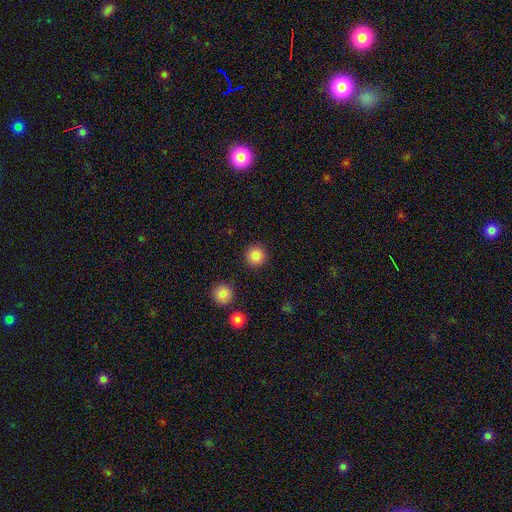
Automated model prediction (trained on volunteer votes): A smooth galaxy with no disk features (85%) that is round (96%).

Vote fractions:
- Smooth or featured? smooth: 85% / star or artifact: 10% / featured or disk: 5%
- How rounded? round: 96% / in between: 3% / cigar-shaped: 1%
- Merging? none: 91% / minor disturbance: 5% / major disturbance: 2% / merger: 2%